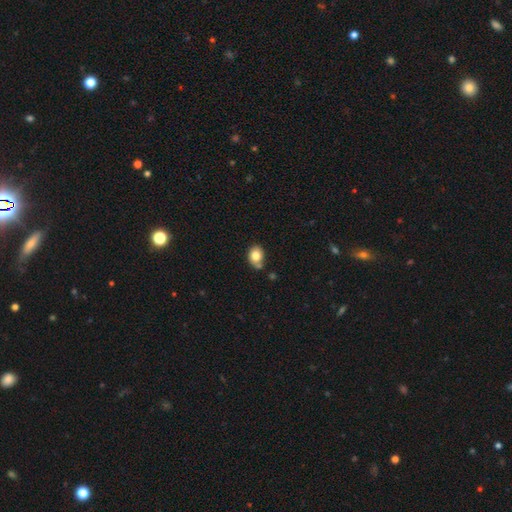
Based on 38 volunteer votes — smooth-or-featured: smooth: 87% | star or artifact: 8% | featured or disk: 5%
  how-rounded: round: 58% | in between: 39% | cigar-shaped: 3%
  merging: none: 71% | merger: 17% | minor disturbance: 9% | major disturbance: 3%